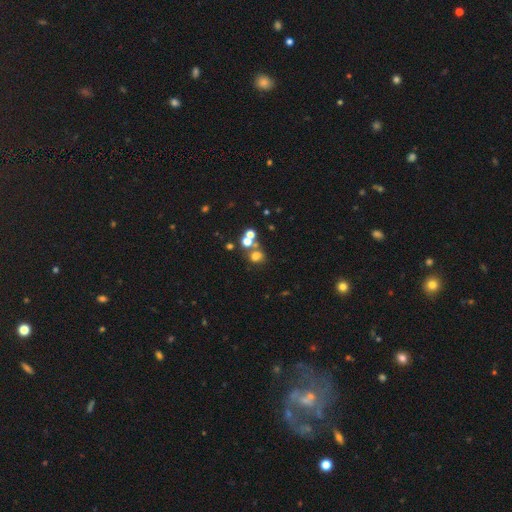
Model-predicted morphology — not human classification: Smooth or featured? smooth (61%)
How rounded? round (61%)
Merging? none (47%)